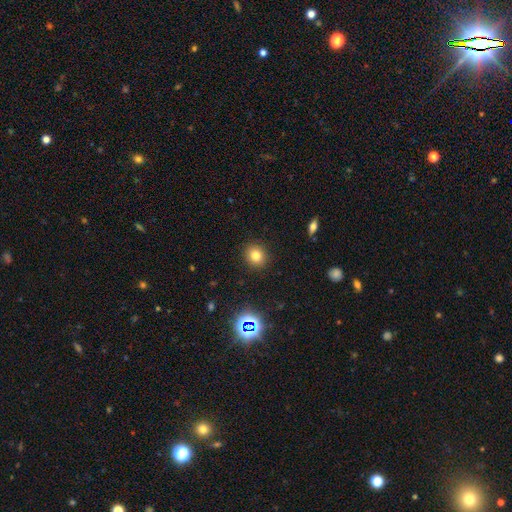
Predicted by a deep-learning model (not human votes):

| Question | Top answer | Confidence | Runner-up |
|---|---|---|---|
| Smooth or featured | smooth | 78% | star or artifact (15%) |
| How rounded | round | 85% | in between (14%) |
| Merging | none | 91% | minor disturbance (6%) |